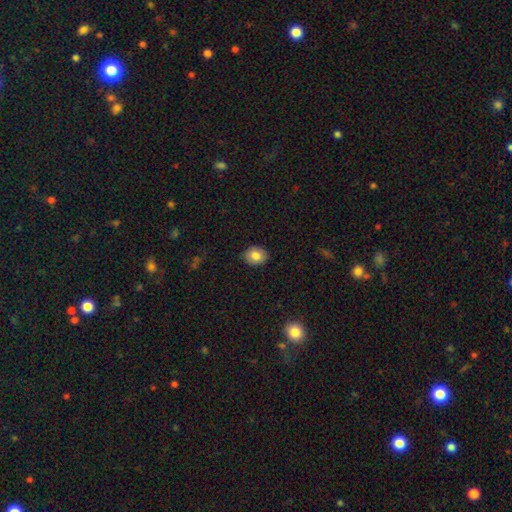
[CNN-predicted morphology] Smooth or featured: smooth — 82% (featured or disk — 9%)
How rounded: in between — 56% (round — 43%)
Merging: none — 88% (minor disturbance — 9%)